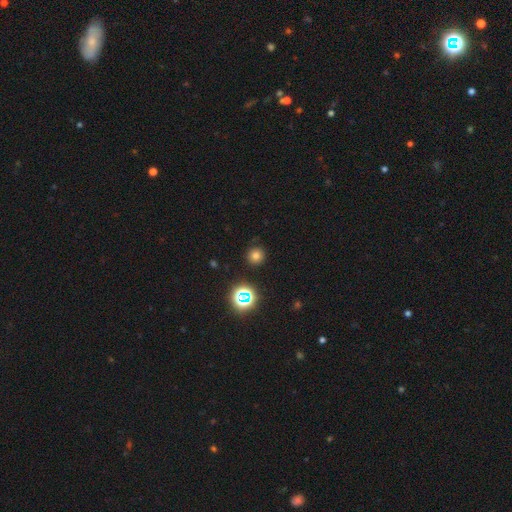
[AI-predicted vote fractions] Q: Smooth or featured?
A: smooth (72%); runner-up: star or artifact (21%)
Q: How rounded?
A: round (94%); runner-up: in between (5%)
Q: Merging?
A: none (90%); runner-up: minor disturbance (6%)